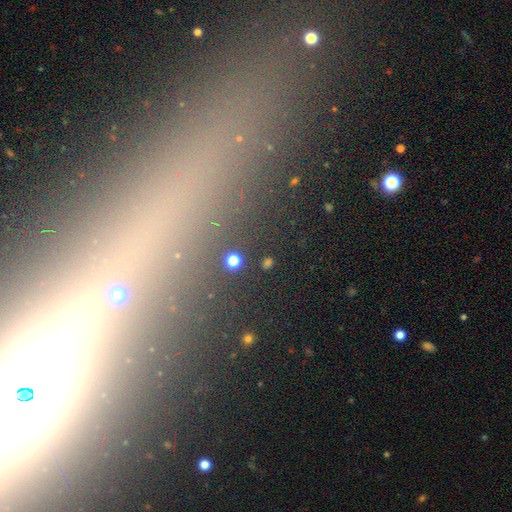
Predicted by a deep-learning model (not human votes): The model was most divided on "smooth or featured": star or artifact: 40%, featured or disk: 39%, smooth: 22%.